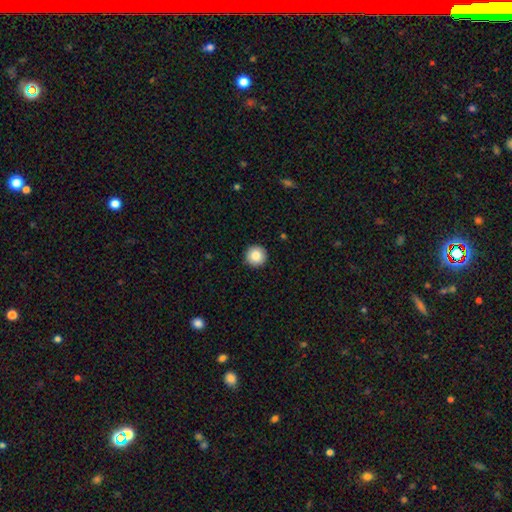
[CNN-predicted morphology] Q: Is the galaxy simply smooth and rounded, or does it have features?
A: smooth — 87%.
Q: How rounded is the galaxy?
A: round — 96%.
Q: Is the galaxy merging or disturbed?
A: none — 92%.